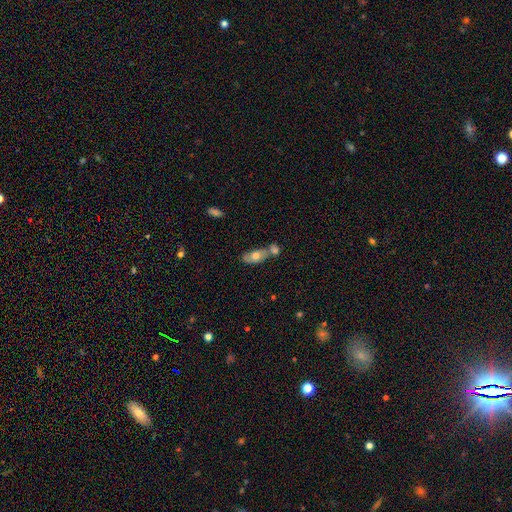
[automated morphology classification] The model was most divided on "merging": merger: 45%, none: 37%, minor disturbance: 13%, major disturbance: 5%. More confident: how rounded — in between (84%); smooth or featured — smooth (63%).